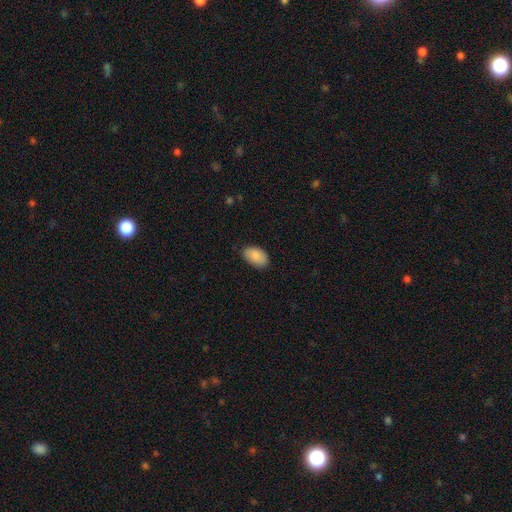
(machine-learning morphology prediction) Overall: smooth (86%). How rounded: in between (94%). Merging: none (83%).